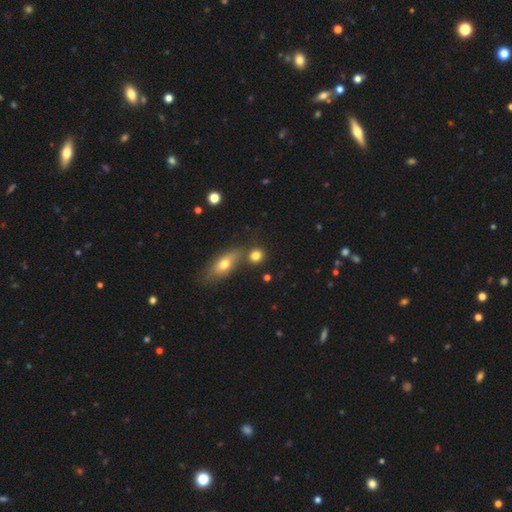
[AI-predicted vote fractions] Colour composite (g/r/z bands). It shows a smooth galaxy with no disk features (80%) that is round (76%). Merging: none (65%).